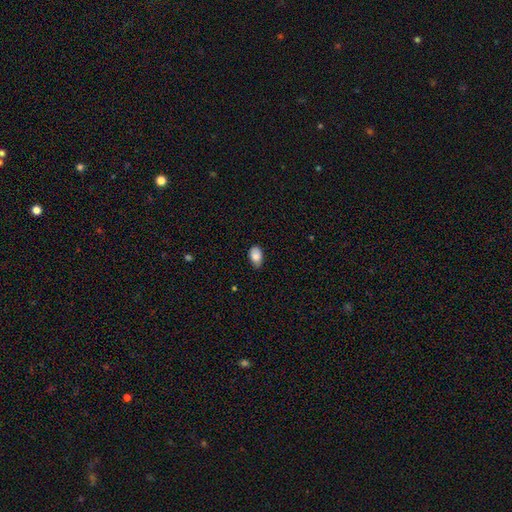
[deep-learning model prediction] Morphology: type=smooth (85%); roundness=in between (90%); merging=none (68%).